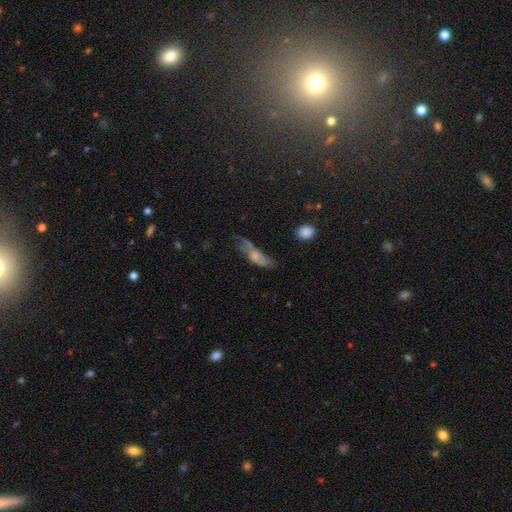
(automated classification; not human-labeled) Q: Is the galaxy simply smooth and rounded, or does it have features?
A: smooth — 53%.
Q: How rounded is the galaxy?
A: in between — 53%.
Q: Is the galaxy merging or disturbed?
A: none — 40%.